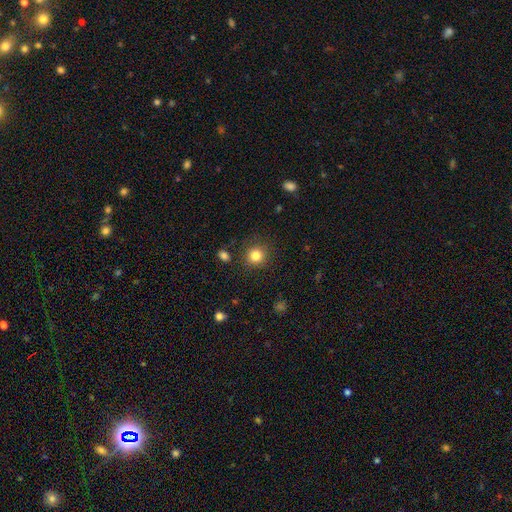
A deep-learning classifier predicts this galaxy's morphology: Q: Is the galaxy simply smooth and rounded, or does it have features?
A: smooth — 83%.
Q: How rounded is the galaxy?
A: round — 90%.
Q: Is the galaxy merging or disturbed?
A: none — 87%.